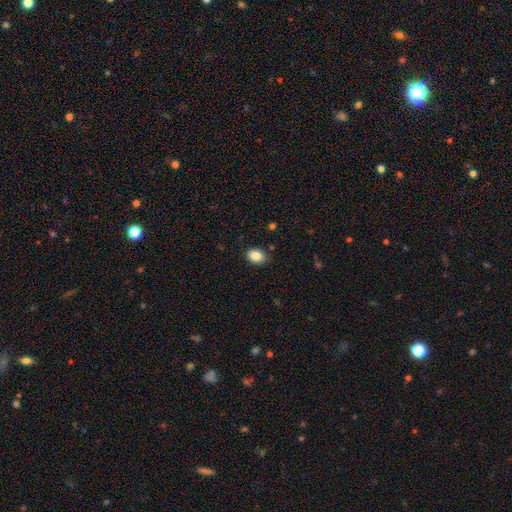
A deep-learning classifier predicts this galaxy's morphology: smooth-or-featured: smooth: 86% | star or artifact: 9% | featured or disk: 5%
  how-rounded: in between: 72% | round: 27% | cigar-shaped: 1%
  merging: none: 84% | minor disturbance: 12% | major disturbance: 2% | merger: 1%